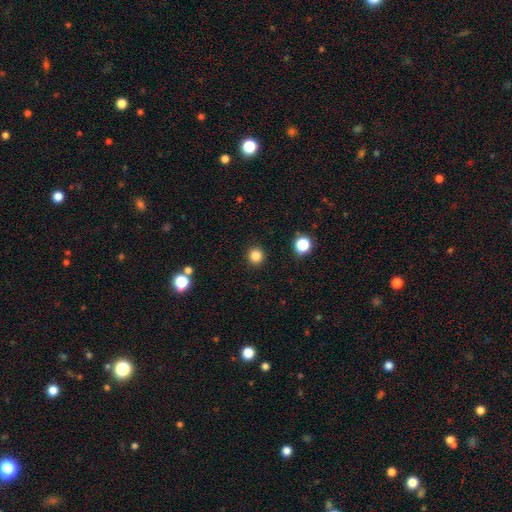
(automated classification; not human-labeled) A smooth galaxy with no disk features (83%) that is round (94%).

Vote fractions:
- Smooth or featured? smooth: 83% / star or artifact: 13% / featured or disk: 4%
- How rounded? round: 94% / in between: 5% / cigar-shaped: 1%
- Merging? none: 92% / minor disturbance: 5% / major disturbance: 2% / merger: 1%